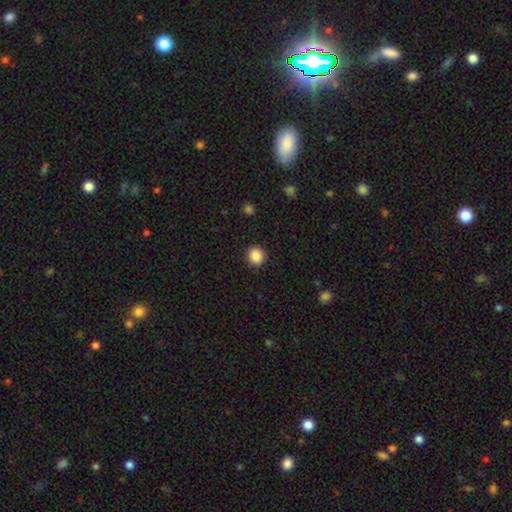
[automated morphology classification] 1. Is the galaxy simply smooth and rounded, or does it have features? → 88% smooth, 9% star or artifact, 3% featured or disk.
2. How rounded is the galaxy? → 93% round, 6% in between, 1% cigar-shaped.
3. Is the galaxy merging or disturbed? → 92% none, 5% minor disturbance, 2% major disturbance, 1% merger.